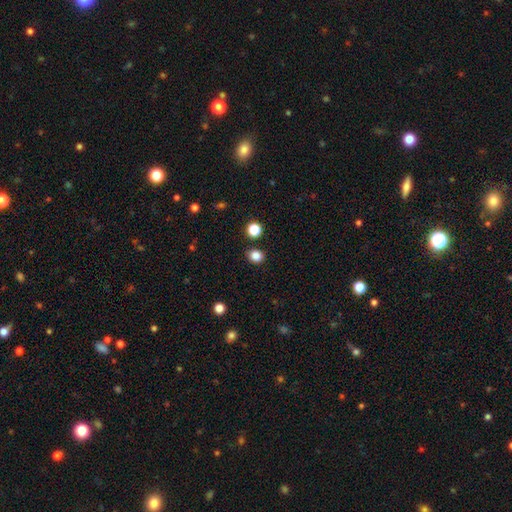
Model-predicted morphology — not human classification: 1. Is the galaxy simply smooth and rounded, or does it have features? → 84% smooth, 12% star or artifact, 4% featured or disk.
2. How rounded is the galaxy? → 72% round, 27% in between, 1% cigar-shaped.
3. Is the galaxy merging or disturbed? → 88% none, 7% minor disturbance, 3% merger, 2% major disturbance.